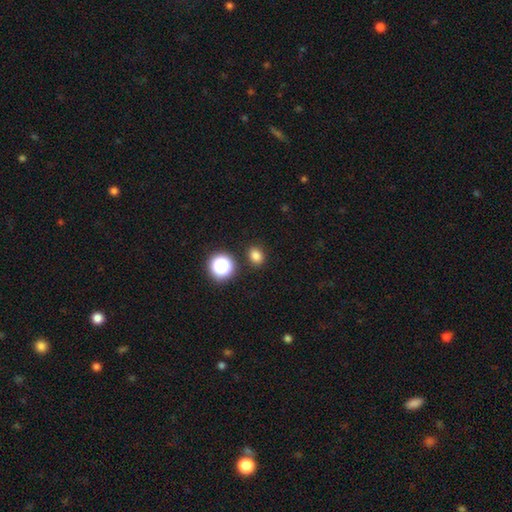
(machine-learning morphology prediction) Smooth or featured? Predicted: smooth (p=0.80). How rounded? Predicted: round (p=0.52). Merging? Predicted: none (p=0.87).